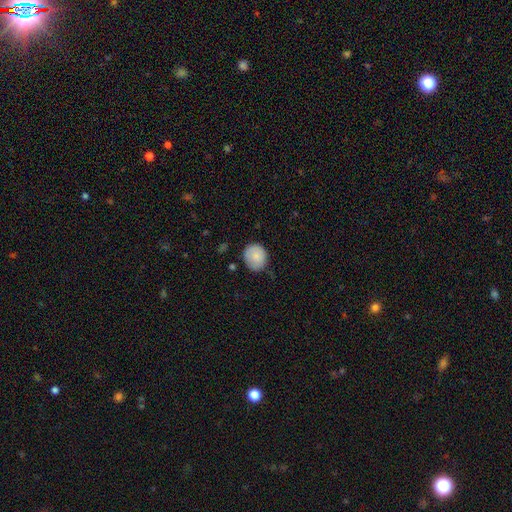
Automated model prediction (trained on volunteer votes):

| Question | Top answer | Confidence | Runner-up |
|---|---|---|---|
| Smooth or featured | smooth | 84% | featured or disk (9%) |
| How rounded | round | 78% | in between (21%) |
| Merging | none | 74% | minor disturbance (21%) |